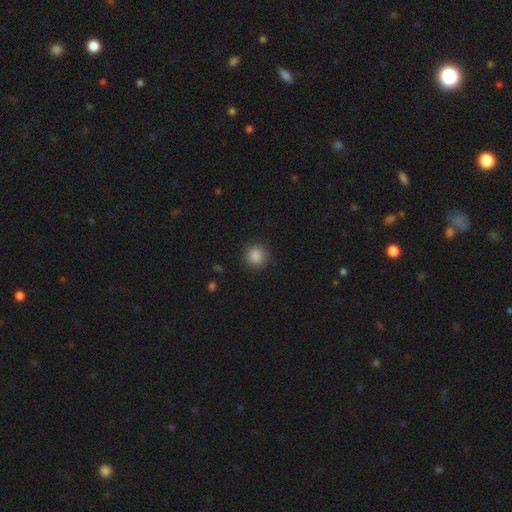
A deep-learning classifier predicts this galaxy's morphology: This is clearly a smooth galaxy (87%). How rounded: clearly round (93%). Merging: clearly none (90%).